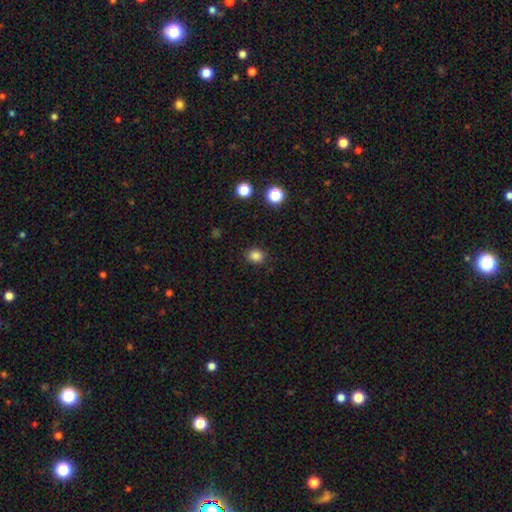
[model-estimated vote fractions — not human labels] Smooth or featured: smooth — 84% (star or artifact — 12%)
How rounded: round — 69% (in between — 30%)
Merging: none — 88% (minor disturbance — 8%)